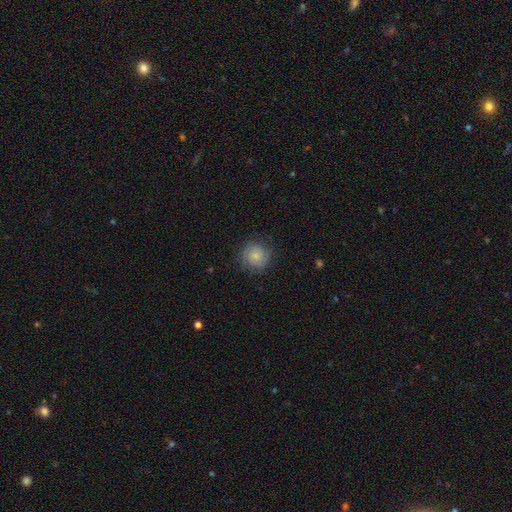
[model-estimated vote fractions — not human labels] smooth-or-featured: smooth: 63% | featured or disk: 29% | star or artifact: 8%
  how-rounded: round: 90% | in between: 9% | cigar-shaped: 1%
  merging: none: 78% | minor disturbance: 15% | major disturbance: 6% | merger: 1%